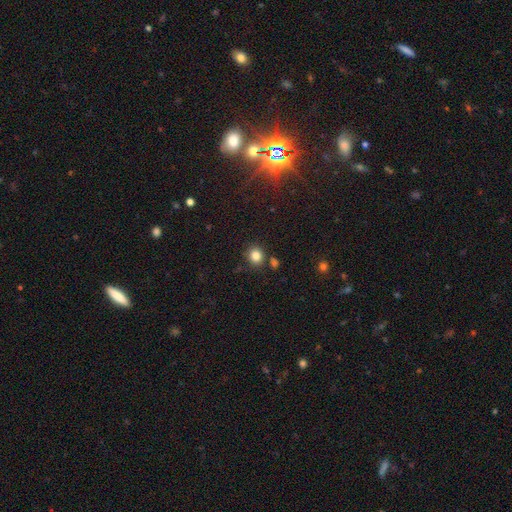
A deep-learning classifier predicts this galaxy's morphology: Overall: smooth (83%). How rounded: round (82%). Merging: none (79%).